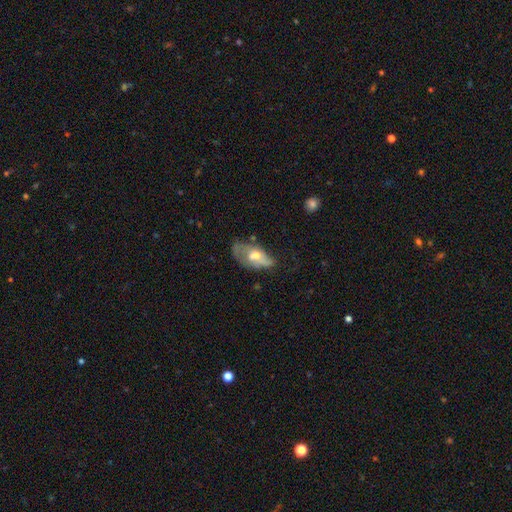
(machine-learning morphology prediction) A featured or disk galaxy (48%).

Vote fractions:
- Smooth or featured? featured or disk: 48% / smooth: 44% / star or artifact: 8%
- Merging? none: 33% / minor disturbance: 32% / major disturbance: 28% / merger: 6%